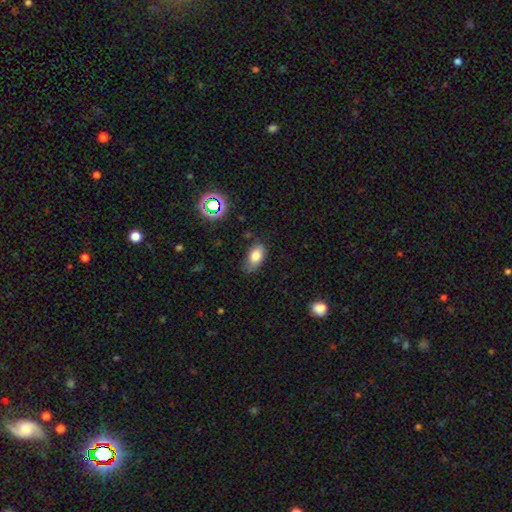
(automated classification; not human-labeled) Overall: smooth (79%). How rounded: in between (90%). Merging: none (67%).